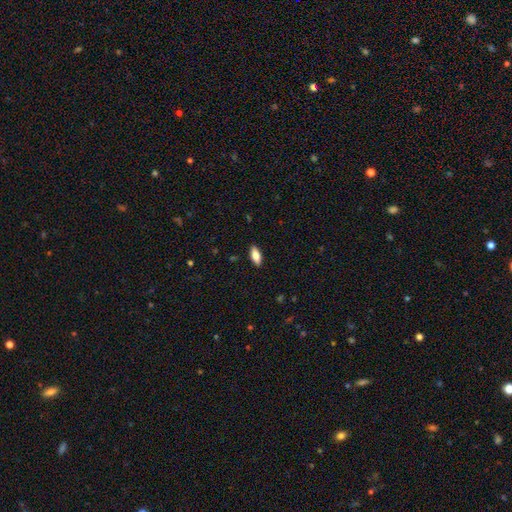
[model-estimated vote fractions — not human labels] Overall: smooth (76%). How rounded: in between (79%). Merging: none (89%).